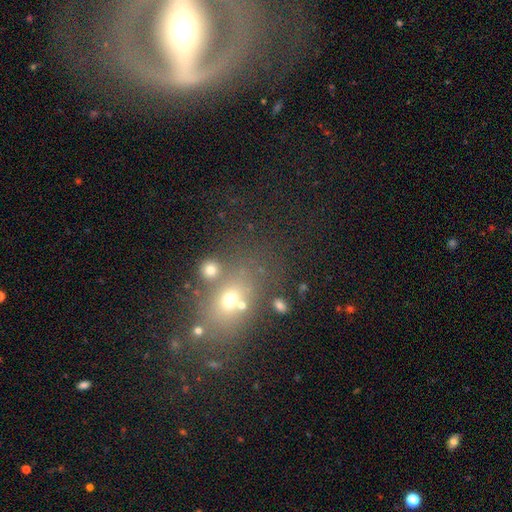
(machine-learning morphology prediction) Q: Smooth or featured?
A: featured or disk (51%); runner-up: smooth (30%)
Q: Edge-on disk?
A: no (79%); runner-up: yes (21%)
Q: Merging?
A: none (51%); runner-up: major disturbance (17%)